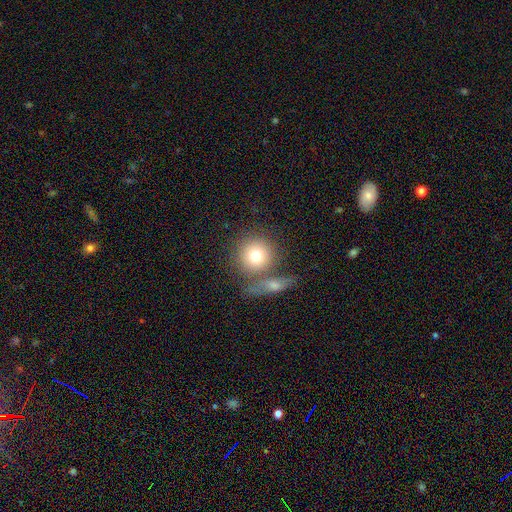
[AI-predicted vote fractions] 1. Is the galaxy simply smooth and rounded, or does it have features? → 74% smooth, 17% featured or disk, 9% star or artifact.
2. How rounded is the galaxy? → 92% round, 7% in between, 1% cigar-shaped.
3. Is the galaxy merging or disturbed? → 60% none, 24% merger, 11% minor disturbance, 5% major disturbance.